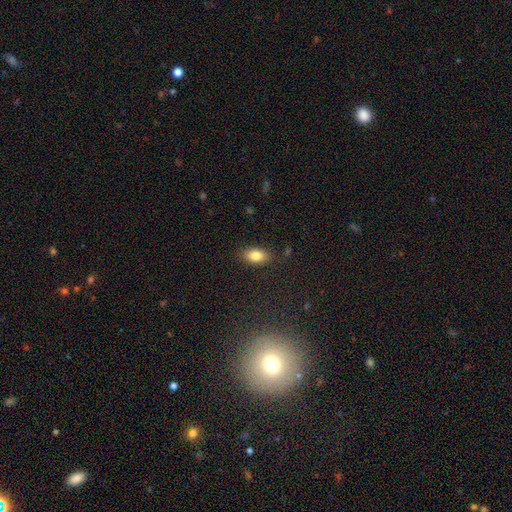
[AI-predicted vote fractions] Q: Smooth or featured?
A: smooth (83%); runner-up: featured or disk (9%)
Q: How rounded?
A: in between (90%); runner-up: round (6%)
Q: Merging?
A: none (85%); runner-up: minor disturbance (11%)